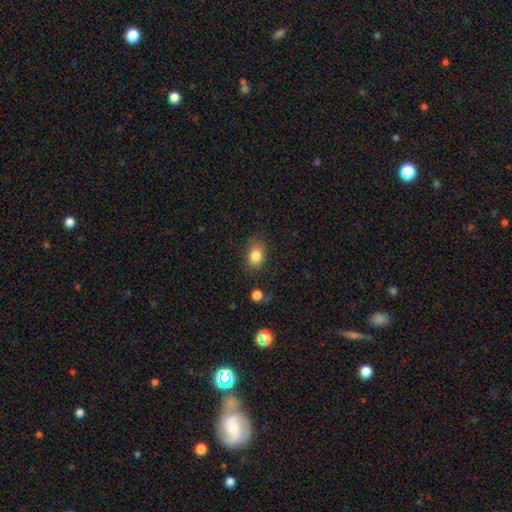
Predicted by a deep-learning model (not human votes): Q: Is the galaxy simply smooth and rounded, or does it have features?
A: smooth — 83%.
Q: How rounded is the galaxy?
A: in between — 67%.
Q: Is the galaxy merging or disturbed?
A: none — 75%.